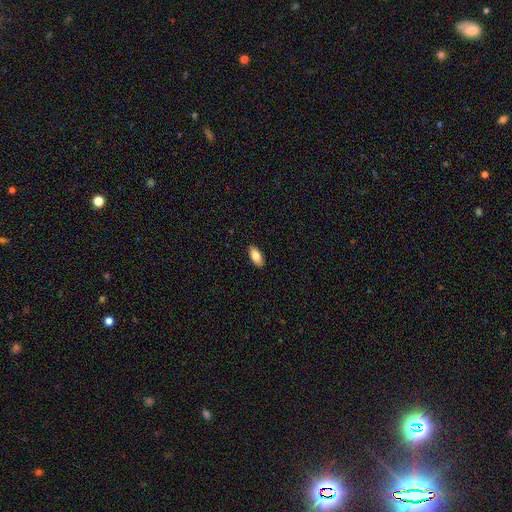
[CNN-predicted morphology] Overall: smooth (84%). How rounded: in between (90%). Merging: none (89%).